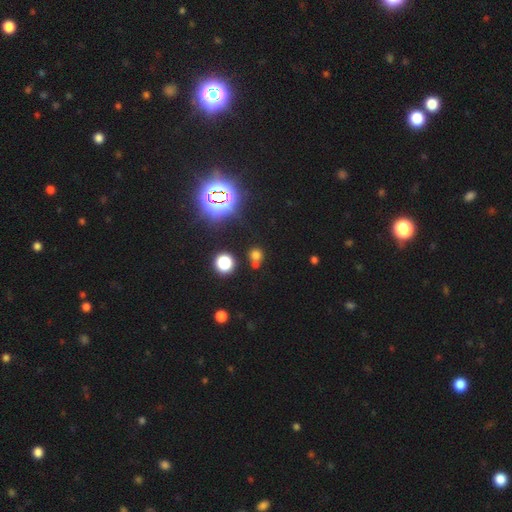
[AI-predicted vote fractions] Smooth or featured: smooth — 57% (star or artifact — 34%)
How rounded: round — 83% (in between — 16%)
Merging: none — 58% (merger — 29%)